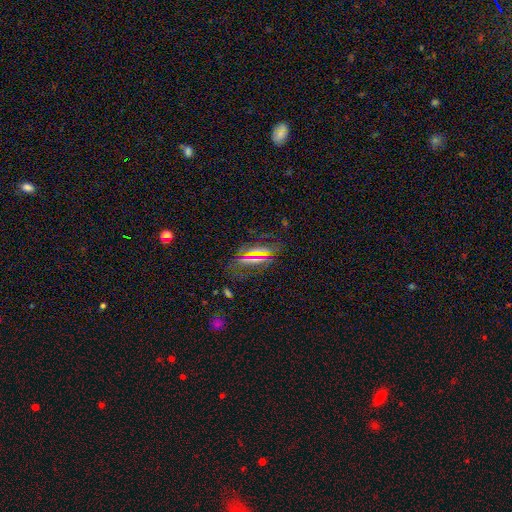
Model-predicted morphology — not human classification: Overall: smooth (45%; star or artifact 32%). Merging: none (66%).